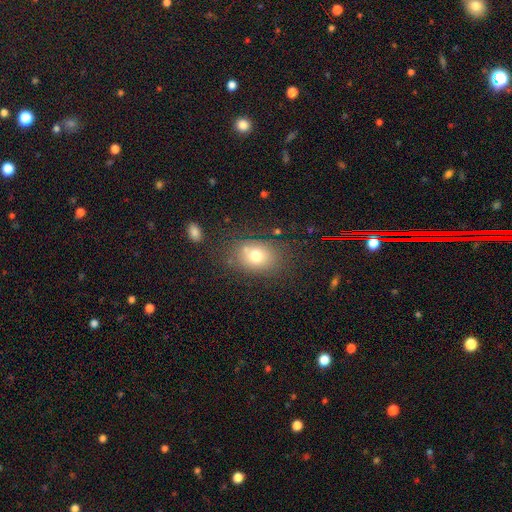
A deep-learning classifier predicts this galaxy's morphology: Smooth or featured: smooth — 73% (featured or disk — 15%)
How rounded: in between — 63% (round — 36%)
Merging: none — 72% (minor disturbance — 15%)